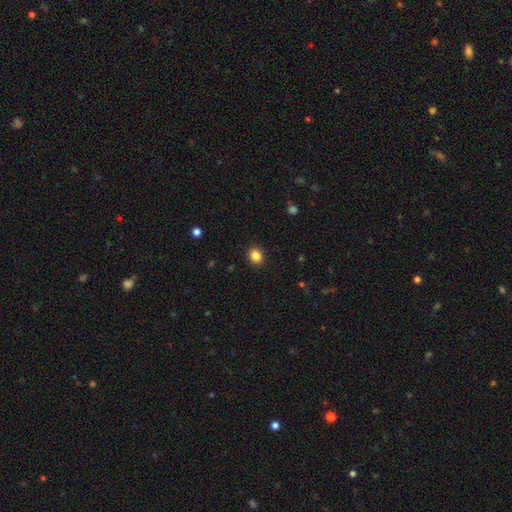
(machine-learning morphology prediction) Overall: smooth (85%). How rounded: round (69%; in between 30%). Merging: none (91%).